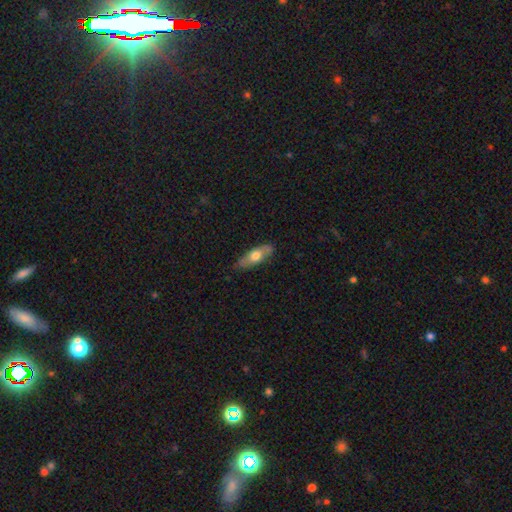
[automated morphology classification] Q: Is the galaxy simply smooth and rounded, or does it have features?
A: smooth — 57%.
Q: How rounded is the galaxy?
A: in between — 59%.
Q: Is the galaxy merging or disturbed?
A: none — 79%.